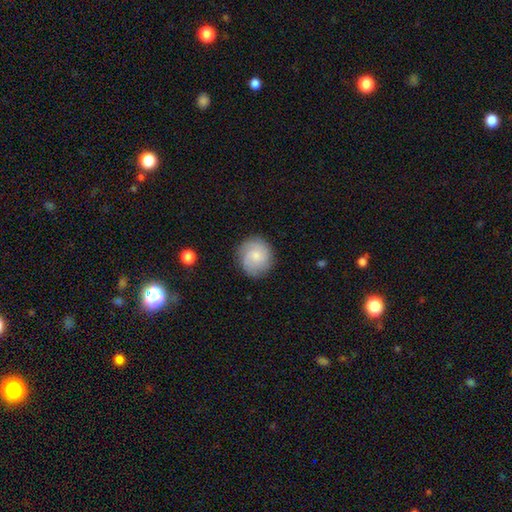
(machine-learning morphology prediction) This appears to be a smooth galaxy with no disk features (54%) that is round (85%). Merging: none (81%).